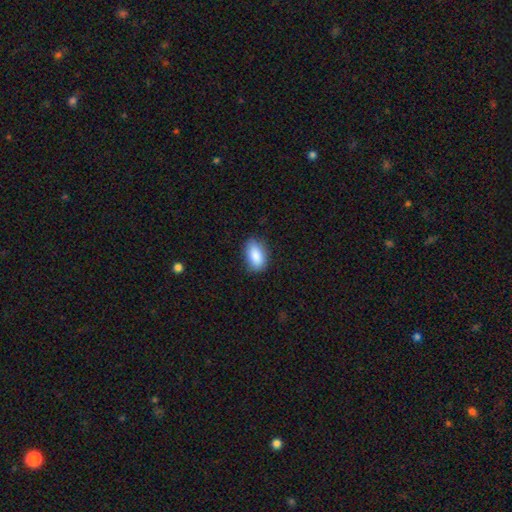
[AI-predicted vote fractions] smooth_or_featured: smooth (p=0.87) [alt: star or artifact p=0.07]
how_rounded: in between (p=0.91) [alt: round p=0.05]
merging: none (p=0.81) [alt: minor disturbance p=0.15]